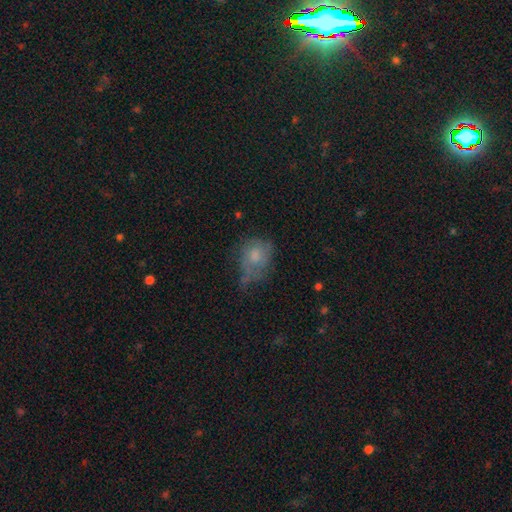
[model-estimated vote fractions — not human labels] Q: Smooth or featured?
A: smooth (58%); runner-up: featured or disk (28%)
Q: How rounded?
A: round (53%); runner-up: in between (45%)
Q: Merging?
A: none (42%); runner-up: minor disturbance (33%)